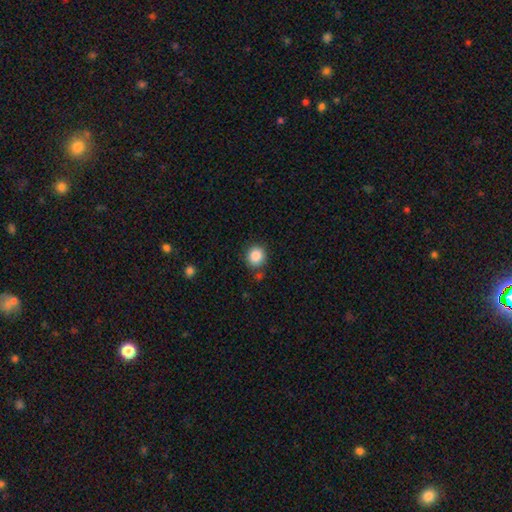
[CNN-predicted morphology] Smooth or featured? Predicted: smooth (p=0.87). How rounded? Predicted: round (p=0.85). Merging? Predicted: none (p=0.82).